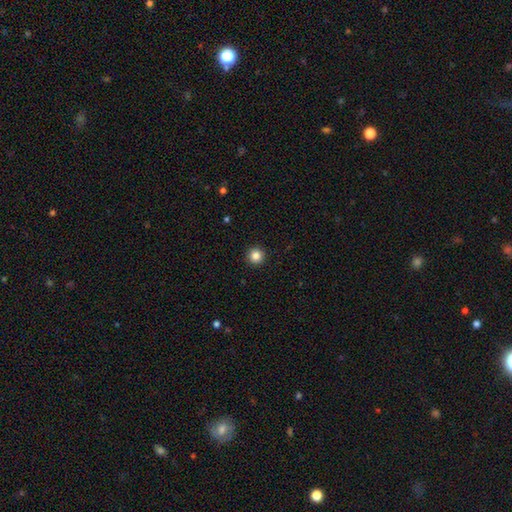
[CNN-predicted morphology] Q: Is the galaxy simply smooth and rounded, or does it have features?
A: smooth — 84%.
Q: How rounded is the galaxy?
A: round — 96%.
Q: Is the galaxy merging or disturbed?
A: none — 94%.